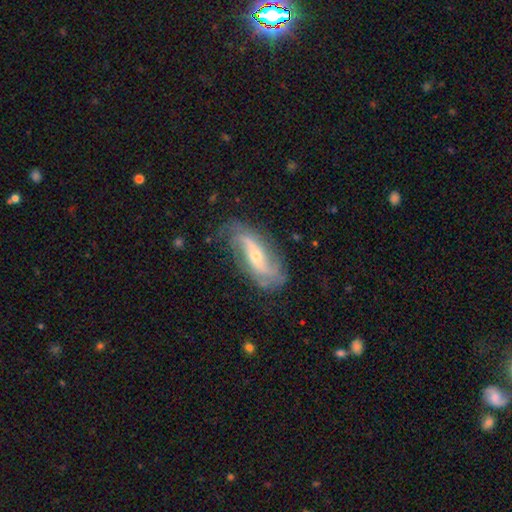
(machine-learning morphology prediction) Smooth or featured? featured or disk (83%)
Edge-on disk? no (89%)
Bar? no (39%)
Spiral arms? yes (94%)
Spiral winding? loose (48%)
Spiral arm count? 2 (74%)
Bulge size? small (58%)
Merging? none (74%)